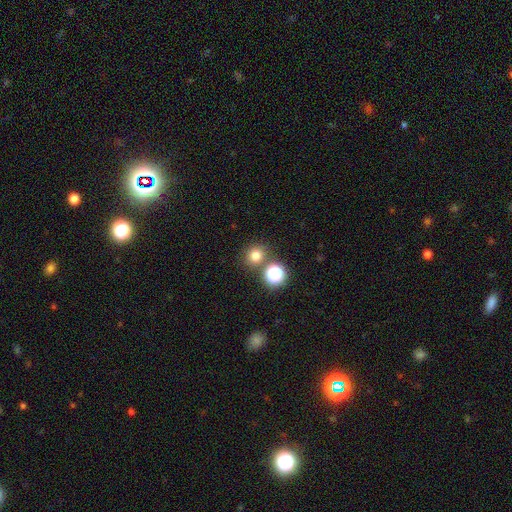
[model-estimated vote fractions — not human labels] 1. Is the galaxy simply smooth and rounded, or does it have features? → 75% smooth, 19% star or artifact, 6% featured or disk.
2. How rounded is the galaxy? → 85% round, 14% in between, 1% cigar-shaped.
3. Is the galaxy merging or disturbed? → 77% none, 13% merger, 8% minor disturbance, 3% major disturbance.